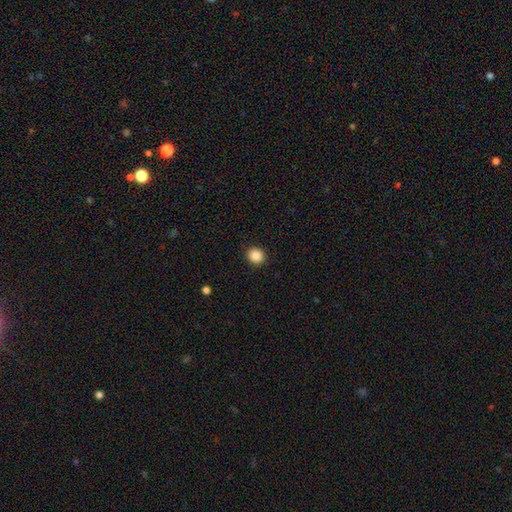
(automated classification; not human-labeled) smooth_or_featured: smooth (p=0.87) [alt: star or artifact p=0.10]
how_rounded: round (p=0.88) [alt: in between p=0.11]
merging: none (p=0.92) [alt: minor disturbance p=0.05]